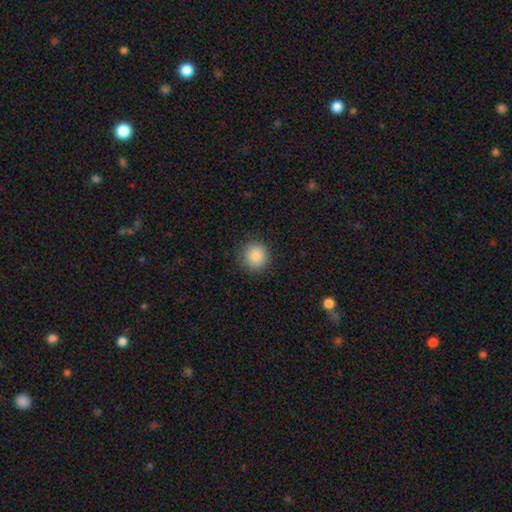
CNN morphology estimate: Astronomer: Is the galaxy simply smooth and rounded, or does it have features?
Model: smooth — 87%.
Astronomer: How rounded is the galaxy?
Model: round — 94%.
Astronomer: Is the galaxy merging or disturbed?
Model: none — 90%.